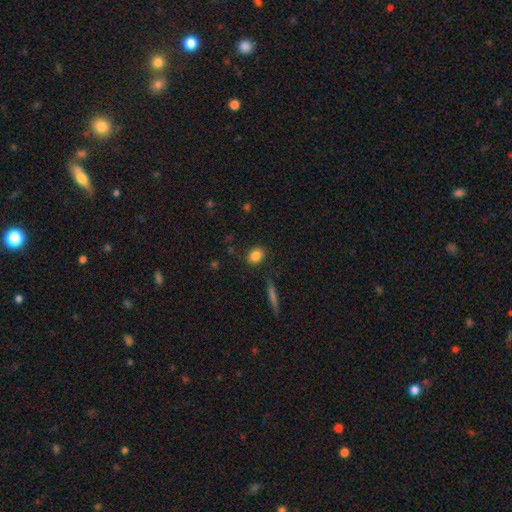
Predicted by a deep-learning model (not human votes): Smooth or featured: smooth — 85% (star or artifact — 9%)
How rounded: in between — 55% (round — 42%)
Merging: none — 87% (minor disturbance — 9%)